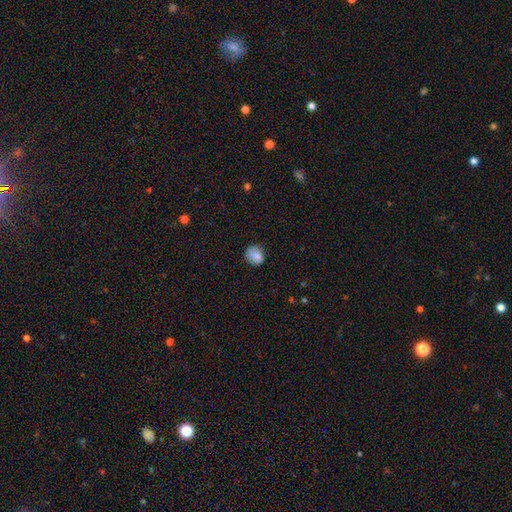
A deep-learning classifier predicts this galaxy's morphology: smooth_or_featured: smooth (p=0.84) [alt: star or artifact p=0.09]
how_rounded: round (p=0.70) [alt: in between p=0.29]
merging: none (p=0.71) [alt: minor disturbance p=0.23]